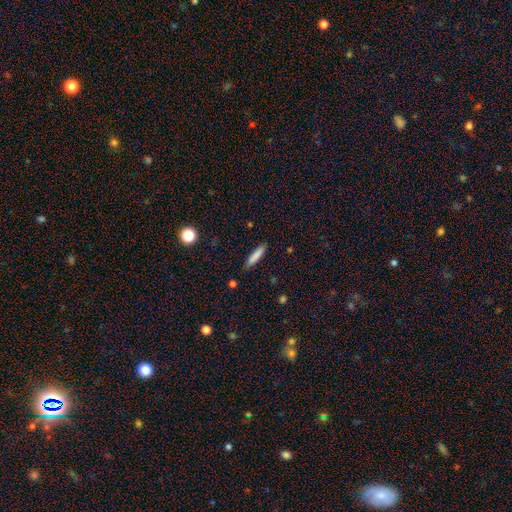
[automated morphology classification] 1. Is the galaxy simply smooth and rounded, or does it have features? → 82% smooth, 11% featured or disk, 7% star or artifact.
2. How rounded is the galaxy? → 85% cigar-shaped, 14% in between, 1% round.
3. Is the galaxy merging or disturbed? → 87% none, 10% minor disturbance, 2% major disturbance, 1% merger.